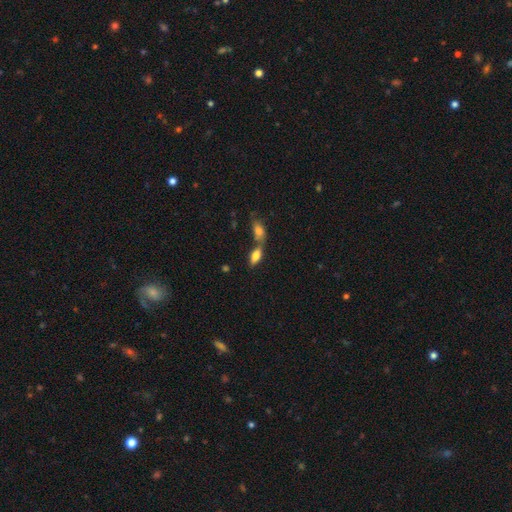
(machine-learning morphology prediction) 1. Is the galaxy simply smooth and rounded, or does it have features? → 79% smooth, 13% featured or disk, 8% star or artifact.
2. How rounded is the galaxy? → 85% in between, 11% cigar-shaped, 3% round.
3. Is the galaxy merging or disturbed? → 51% merger, 36% none, 9% minor disturbance, 4% major disturbance.